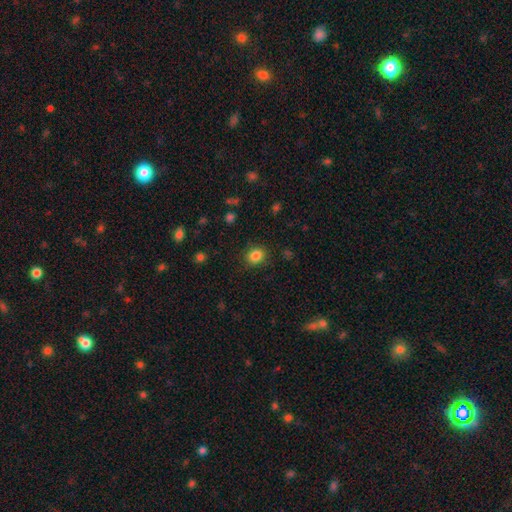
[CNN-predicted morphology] This is clearly a smooth galaxy (84%). How rounded: likely round (65%). Merging: clearly none (87%).